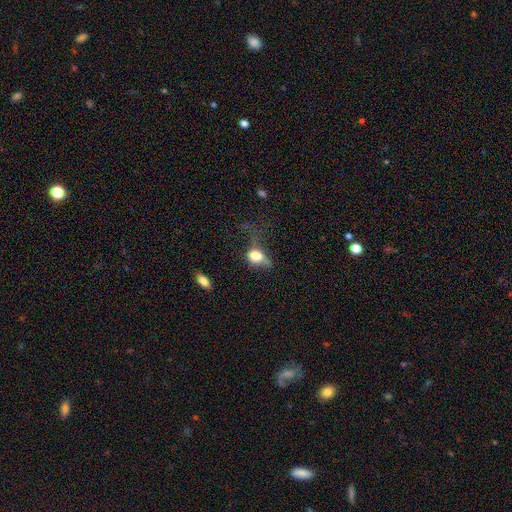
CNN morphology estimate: smooth_or_featured: smooth (p=0.69) [alt: featured or disk p=0.19]
how_rounded: in between (p=0.51) [alt: round p=0.45]
merging: major disturbance (p=0.44) [alt: minor disturbance p=0.25]